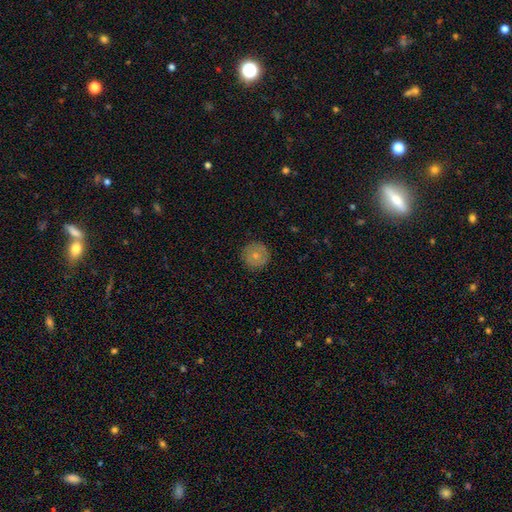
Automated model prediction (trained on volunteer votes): The model was most divided on "smooth or featured": smooth: 68%, featured or disk: 24%, star or artifact: 8%. More confident: how rounded — round (95%); merging — none (88%).